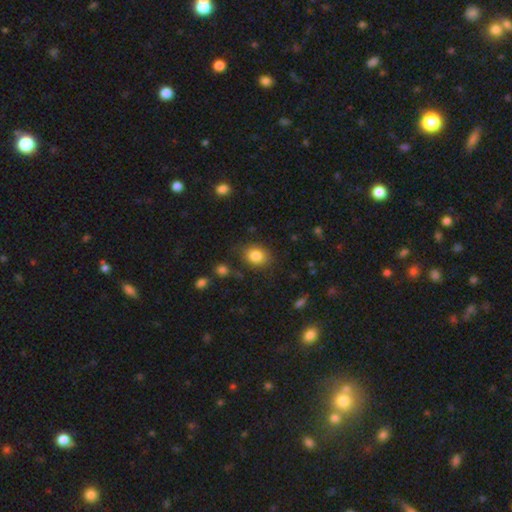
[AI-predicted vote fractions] Smooth or featured? Predicted: smooth (p=0.83). How rounded? Predicted: in between (p=0.50). Merging? Predicted: none (p=0.80).